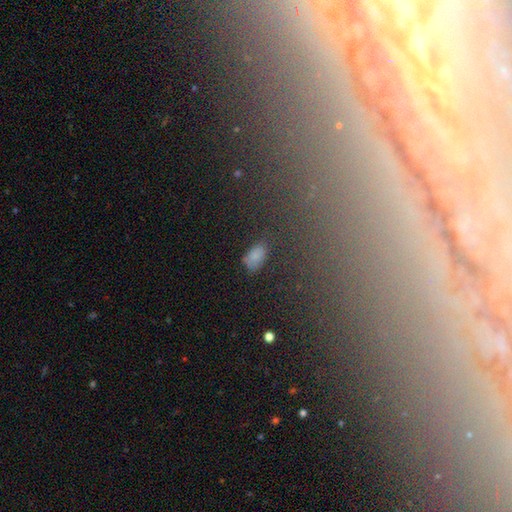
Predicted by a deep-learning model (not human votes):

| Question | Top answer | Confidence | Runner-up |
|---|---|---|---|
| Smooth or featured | smooth | 73% | star or artifact (16%) |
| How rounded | in between | 92% | round (5%) |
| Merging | none | 67% | minor disturbance (22%) |